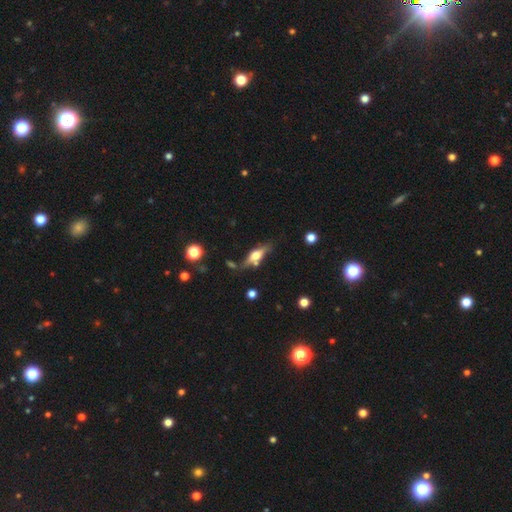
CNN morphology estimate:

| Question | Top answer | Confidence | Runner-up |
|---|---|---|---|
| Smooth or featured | featured or disk | 60% | smooth (32%) |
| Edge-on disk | yes | 92% | no (8%) |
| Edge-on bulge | rounded | 92% | boxy (6%) |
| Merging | none | 70% | minor disturbance (16%) |